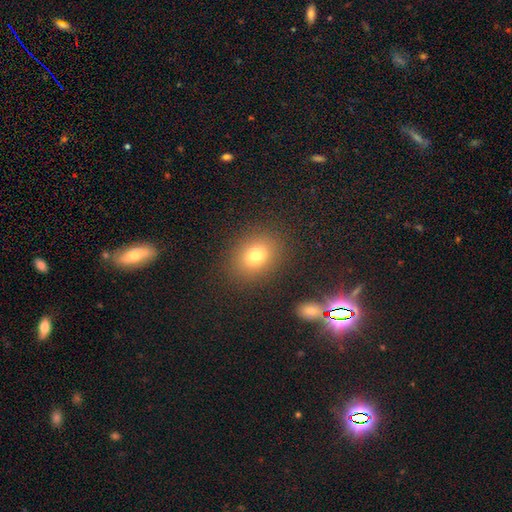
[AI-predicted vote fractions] smooth 77%, star or artifact 13%, featured or disk 10%. Down the decision tree: how rounded — in between (57%); merging — none (86%).